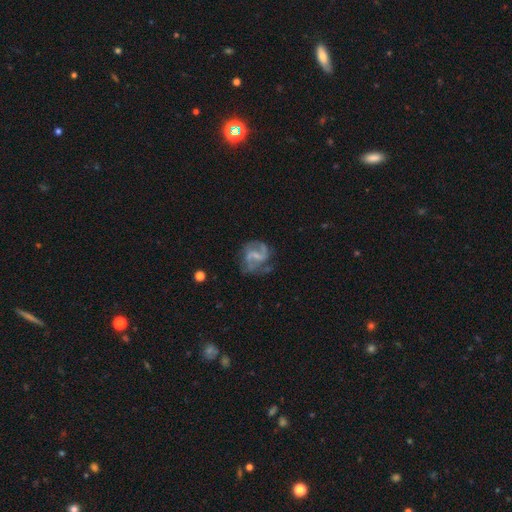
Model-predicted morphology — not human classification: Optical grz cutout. It shows a featured or disk galaxy (83%) with a weak bar (51%), 2 (86%) medium (49%) spiral arms (93%) and a small central bulge (45%). Merging: none (60%).